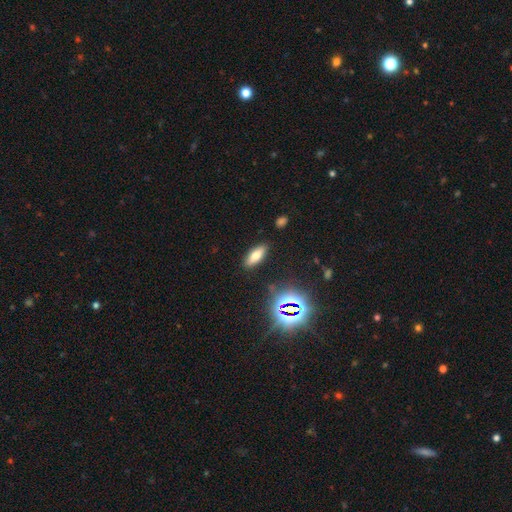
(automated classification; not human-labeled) smooth_or_featured: smooth (p=0.68) [alt: featured or disk p=0.17]
how_rounded: in between (p=0.67) [alt: cigar-shaped p=0.29]
merging: none (p=0.87) [alt: minor disturbance p=0.09]